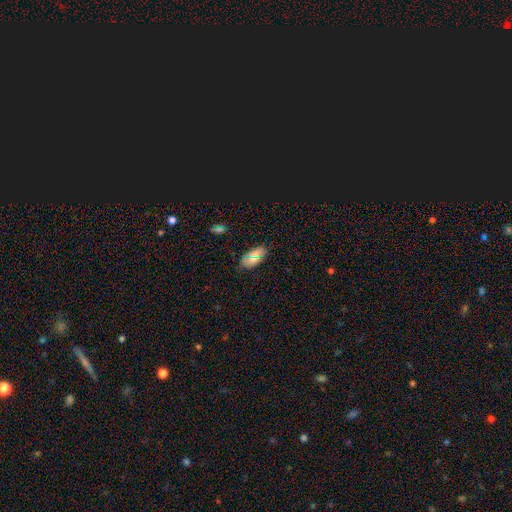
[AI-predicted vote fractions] smooth 67%, star or artifact 18%, featured or disk 14%. Down the decision tree: how rounded — in between (91%); merging — none (83%).